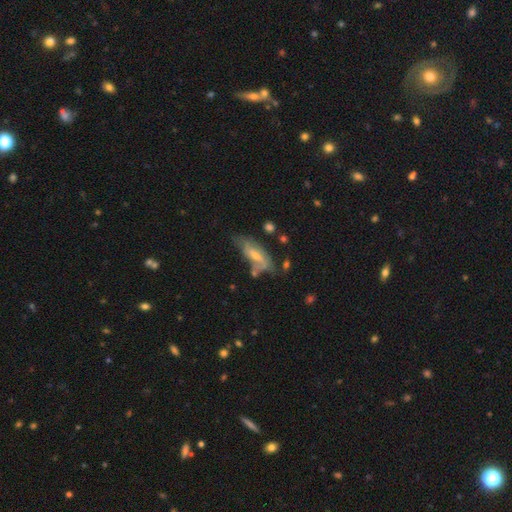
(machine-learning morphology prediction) This is possibly a featured or disk galaxy (54%). It is likely not viewed edge-on (78%). Merging: marginally none (42%).